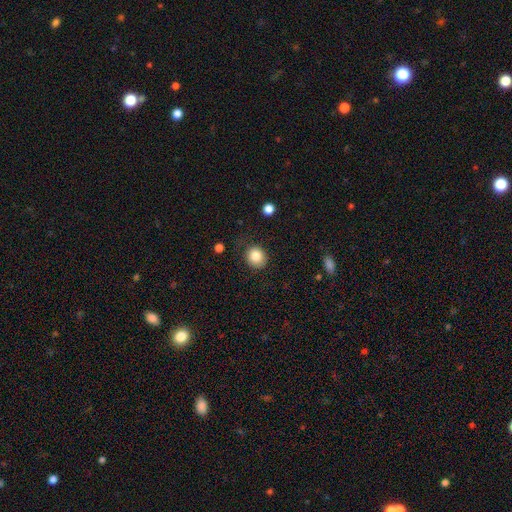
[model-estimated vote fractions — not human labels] Smooth or featured: smooth — 85% (star or artifact — 9%)
How rounded: round — 74% (in between — 25%)
Merging: none — 76% (minor disturbance — 17%)